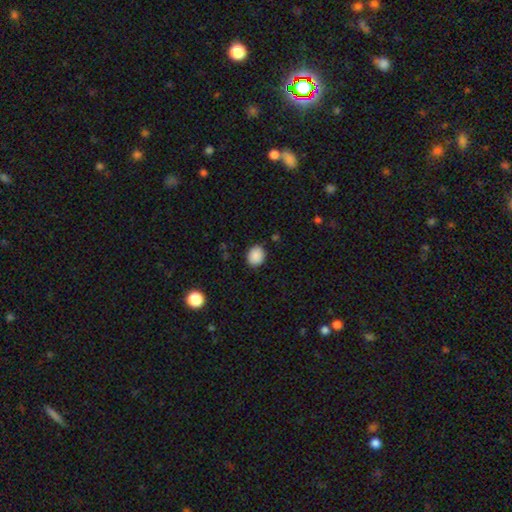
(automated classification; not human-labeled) smooth 88%, star or artifact 9%, featured or disk 3%. Down the decision tree: how rounded — round (58%); merging — none (87%).